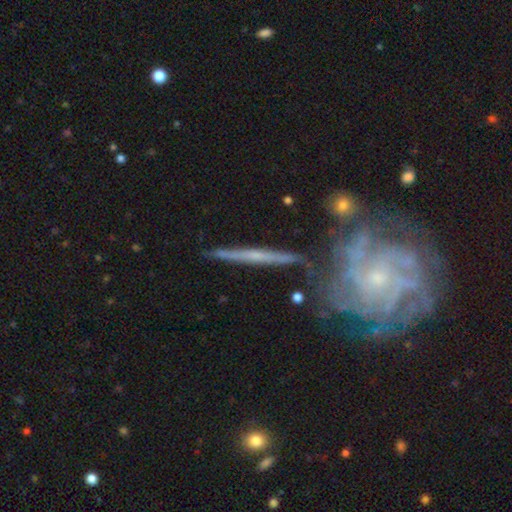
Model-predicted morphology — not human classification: type=featured or disk (70%); edge-on=yes (87%); edge-on bulge=none (69%); merging=none (79%).